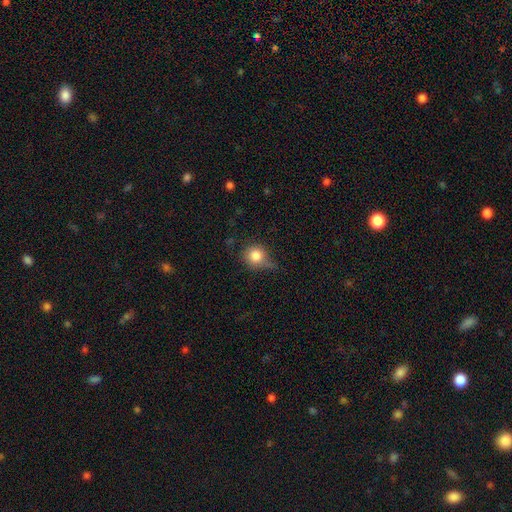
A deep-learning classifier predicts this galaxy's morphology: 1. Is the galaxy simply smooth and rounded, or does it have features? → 81% smooth, 10% star or artifact, 9% featured or disk.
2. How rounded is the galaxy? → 88% round, 11% in between, 1% cigar-shaped.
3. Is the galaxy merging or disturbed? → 54% none, 32% minor disturbance, 10% major disturbance, 4% merger.